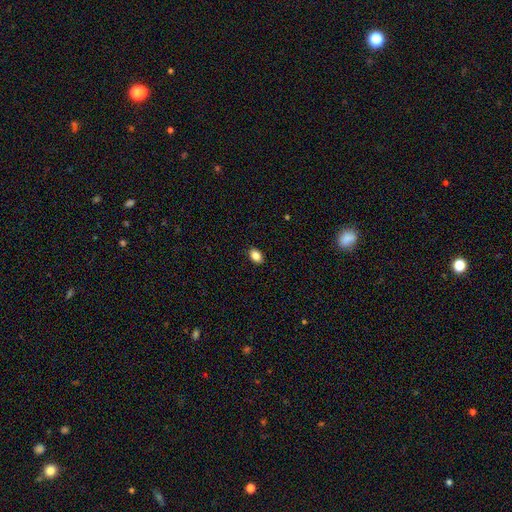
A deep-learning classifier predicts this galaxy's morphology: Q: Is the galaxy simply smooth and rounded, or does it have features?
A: smooth — 87%.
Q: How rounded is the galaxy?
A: in between — 84%.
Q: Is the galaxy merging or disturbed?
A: none — 90%.